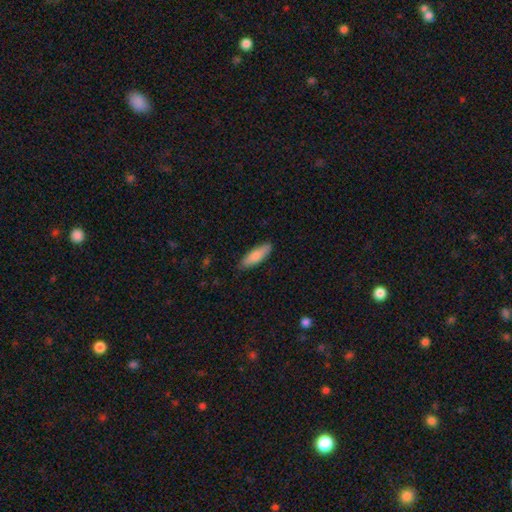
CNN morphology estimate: The model was most divided on "how rounded" (2-way tie): cigar-shaped: 49%, in between: 49%, round: 2%. More confident: merging — none (85%); smooth or featured — smooth (83%).